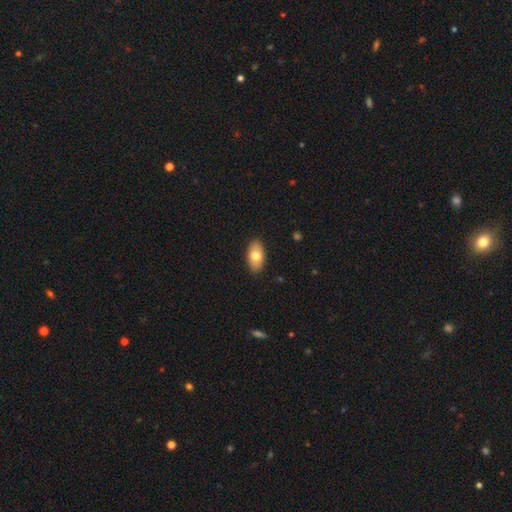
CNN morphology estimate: Overall: smooth (74%). How rounded: in between (93%). Merging: none (89%).